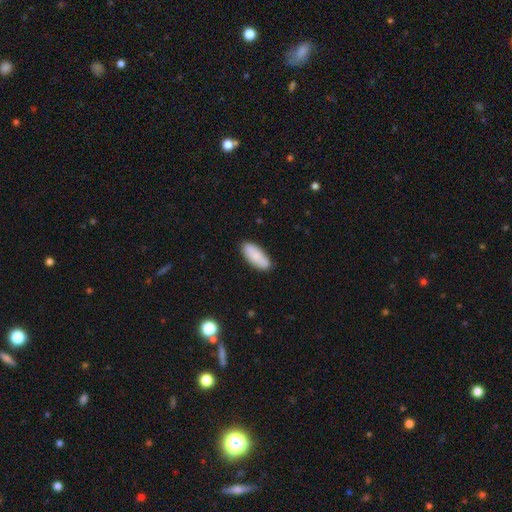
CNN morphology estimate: A smooth galaxy with no disk features (83%) that is in between round and cigar-shaped (78%).

Vote fractions:
- Smooth or featured? smooth: 83% / featured or disk: 11% / star or artifact: 6%
- How rounded? in between: 78% / cigar-shaped: 20% / round: 2%
- Merging? none: 83% / minor disturbance: 13% / major disturbance: 2% / merger: 2%